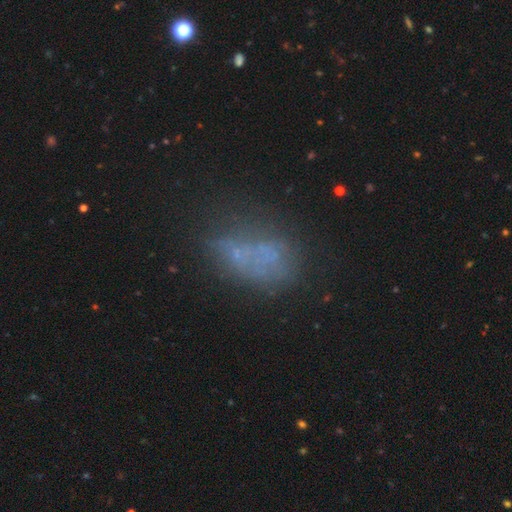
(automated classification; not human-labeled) smooth 41%, featured or disk 35%, star or artifact 24%. Down the decision tree: merging — none (46%).